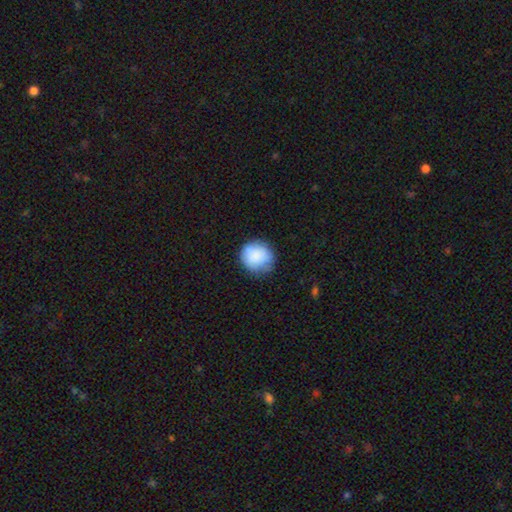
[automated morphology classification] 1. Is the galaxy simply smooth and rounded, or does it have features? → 84% smooth, 9% featured or disk, 7% star or artifact.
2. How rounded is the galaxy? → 82% round, 17% in between, 1% cigar-shaped.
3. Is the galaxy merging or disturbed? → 71% none, 22% minor disturbance, 5% major disturbance, 2% merger.